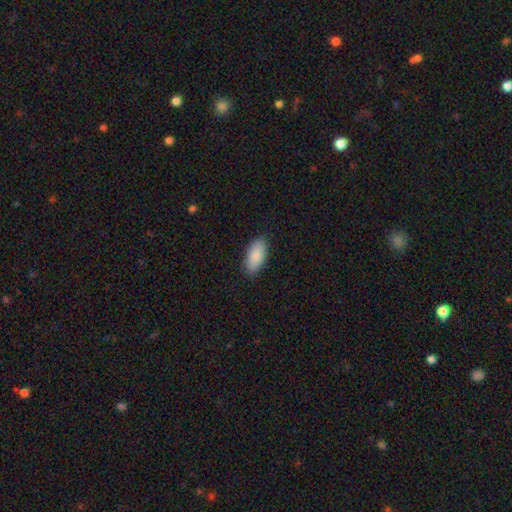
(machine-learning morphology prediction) smooth 88%, featured or disk 7%, star or artifact 6%. Down the decision tree: how rounded — in between (92%); merging — none (87%).